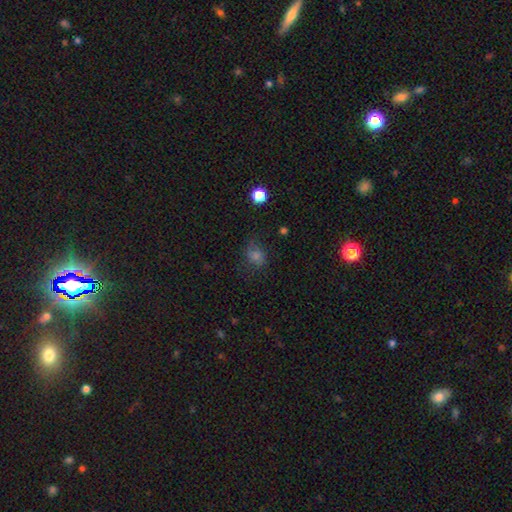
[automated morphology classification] Smooth or featured? Predicted: smooth (p=0.64). How rounded? Predicted: round (p=0.56). Merging? Predicted: none (p=0.62).